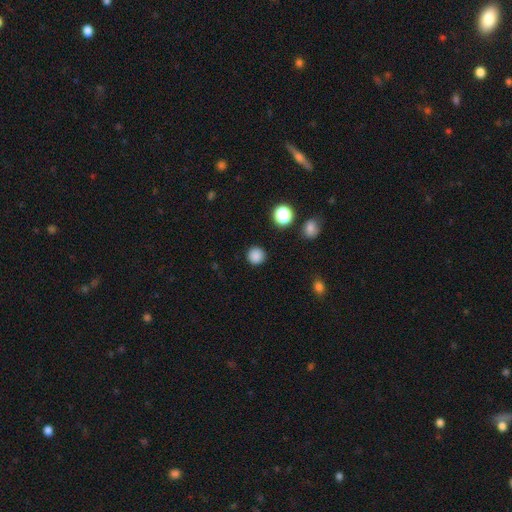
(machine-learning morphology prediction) smooth-or-featured: smooth: 84% | star or artifact: 12% | featured or disk: 4%
  how-rounded: round: 95% | in between: 4% | cigar-shaped: 1%
  merging: none: 90% | minor disturbance: 6% | major disturbance: 2% | merger: 1%